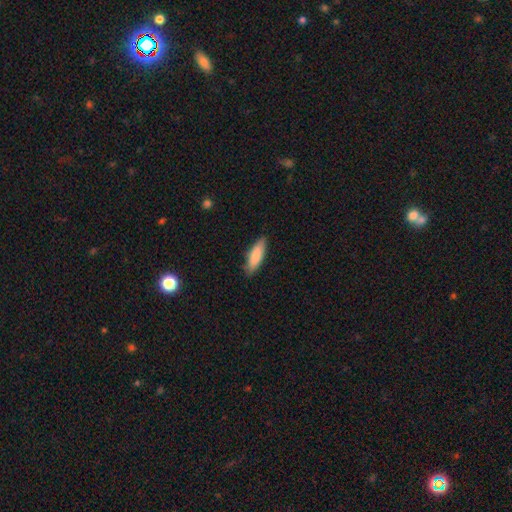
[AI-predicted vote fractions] Smooth or featured? smooth (85%)
How rounded? in between (49%, tied with cigar-shaped)
Merging? none (85%)